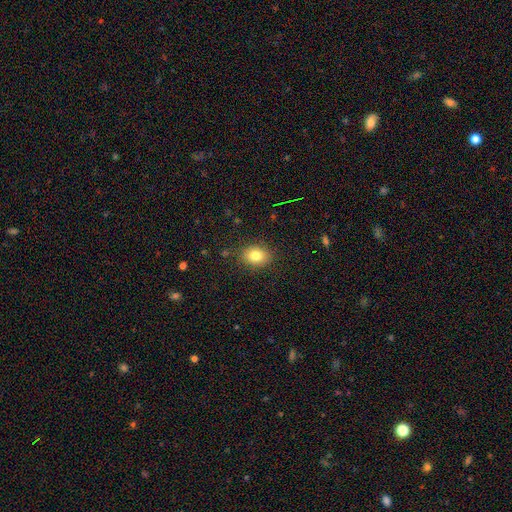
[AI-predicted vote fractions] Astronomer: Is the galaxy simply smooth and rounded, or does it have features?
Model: smooth — 81%.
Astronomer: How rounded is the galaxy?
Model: in between — 59% (runner-up: round, 40%).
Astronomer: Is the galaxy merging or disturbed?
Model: none — 87%.